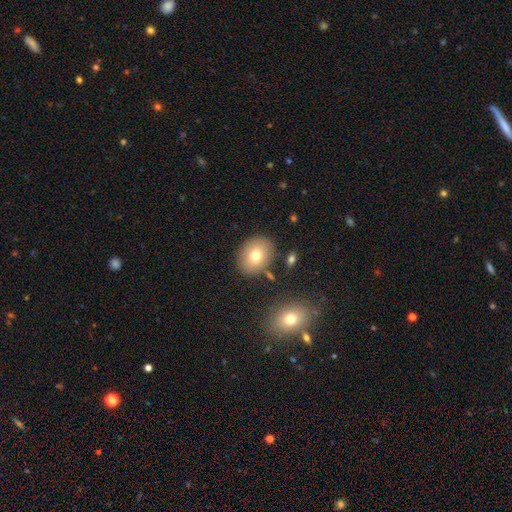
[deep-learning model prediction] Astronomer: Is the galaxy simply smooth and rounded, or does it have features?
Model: smooth — 74%.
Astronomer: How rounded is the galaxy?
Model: in between — 52% (runner-up: round, 47%).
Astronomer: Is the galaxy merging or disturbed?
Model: none — 82%.